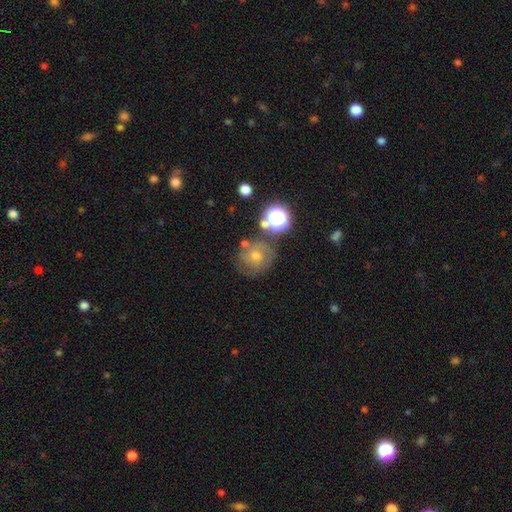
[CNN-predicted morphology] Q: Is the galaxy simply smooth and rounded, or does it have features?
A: featured or disk — 47%.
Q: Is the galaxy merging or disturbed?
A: none — 72%.